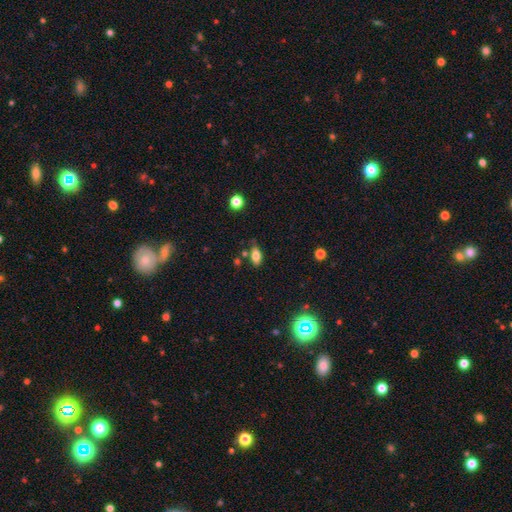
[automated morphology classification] Smooth or featured: smooth — 78% (featured or disk — 12%)
How rounded: in between — 88% (cigar-shaped — 6%)
Merging: none — 69% (minor disturbance — 19%)